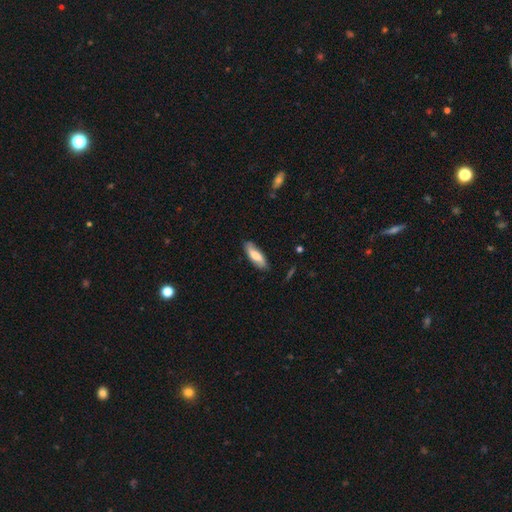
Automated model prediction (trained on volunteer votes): Smooth or featured? Predicted: smooth (p=0.65). How rounded? Predicted: in between (p=0.59). Merging? Predicted: none (p=0.81).